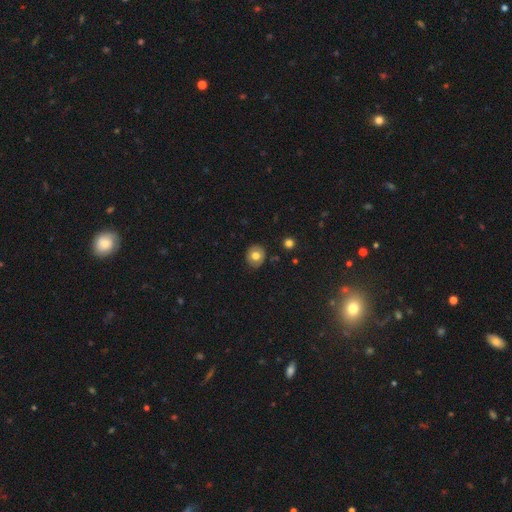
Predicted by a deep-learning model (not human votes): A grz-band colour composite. It shows a smooth galaxy with no disk features (74%) that is round (77%). Merging: none (88%).